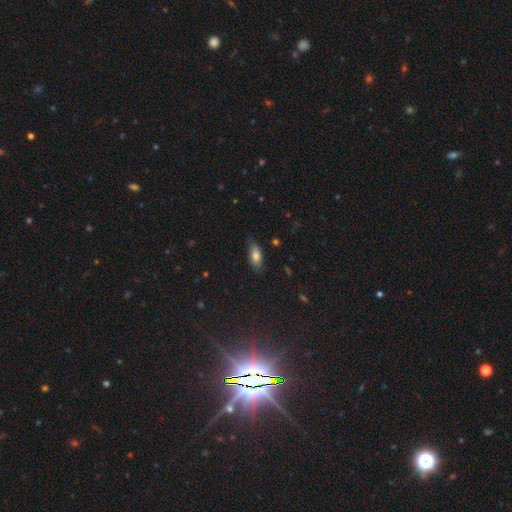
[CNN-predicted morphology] This is likely a smooth galaxy (76%). How rounded: likely in between (79%). Merging: likely none (79%).